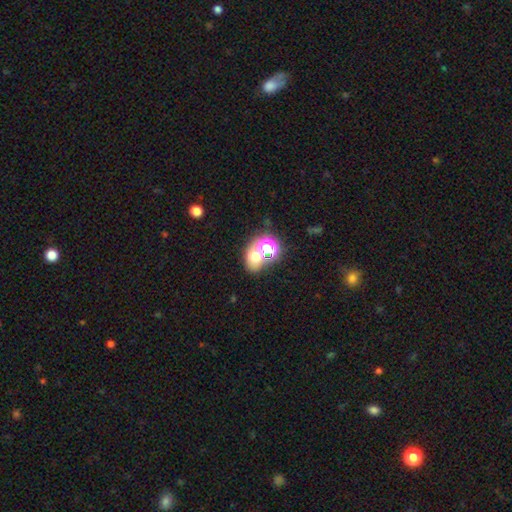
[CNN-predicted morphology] The model was most divided on "how rounded": round: 52%, in between: 47%, cigar-shaped: 1%. Remaining: smooth or featured — smooth (57%); merging — none (45%).